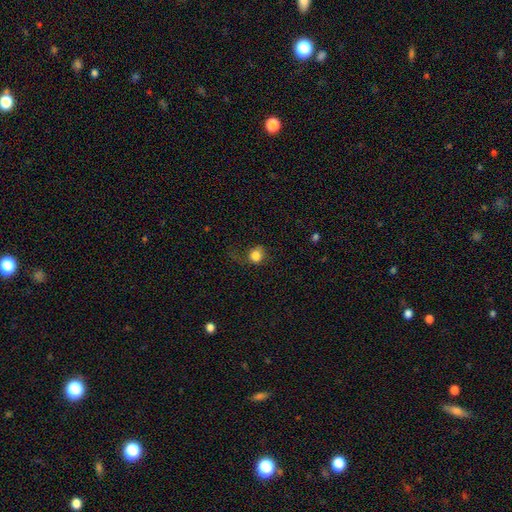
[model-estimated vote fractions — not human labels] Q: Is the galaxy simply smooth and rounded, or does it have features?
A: smooth — 81%.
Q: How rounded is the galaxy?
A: round — 79%.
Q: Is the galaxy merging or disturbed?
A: none — 52%.